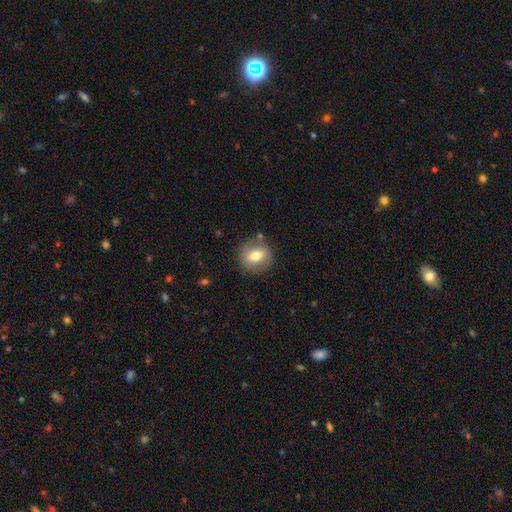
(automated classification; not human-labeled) Overall: smooth (63%; featured or disk 29%). How rounded: round (78%). Merging: none (82%).